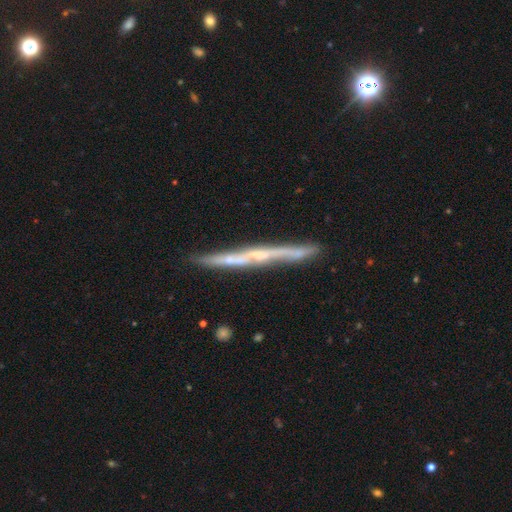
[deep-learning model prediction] Overall: featured or disk (73%). Edge-on disk: yes (96%). Edge-on bulge: none (68%). Merging: none (83%).